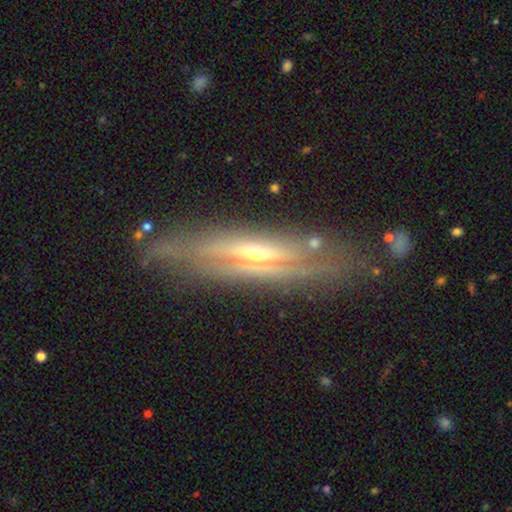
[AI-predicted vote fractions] Smooth or featured?
  - featured or disk: 81% *
  - smooth: 12%
  - star or artifact: 7%
Edge-on disk?
  - yes: 76% *
  - no: 24%
Edge-on bulge?
  - rounded: 80% *
  - none: 16%
  - boxy: 4%
Merging?
  - none: 76% *
  - minor disturbance: 16%
  - major disturbance: 6%
  - merger: 2%